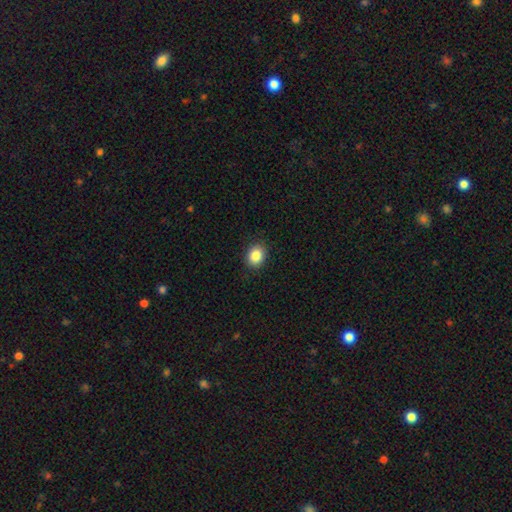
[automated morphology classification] Smooth or featured?
  - smooth: 86% *
  - star or artifact: 9%
  - featured or disk: 5%
How rounded?
  - round: 54% *
  - in between: 45%
  - cigar-shaped: 1%
Merging?
  - none: 90% *
  - minor disturbance: 7%
  - major disturbance: 2%
  - merger: 1%